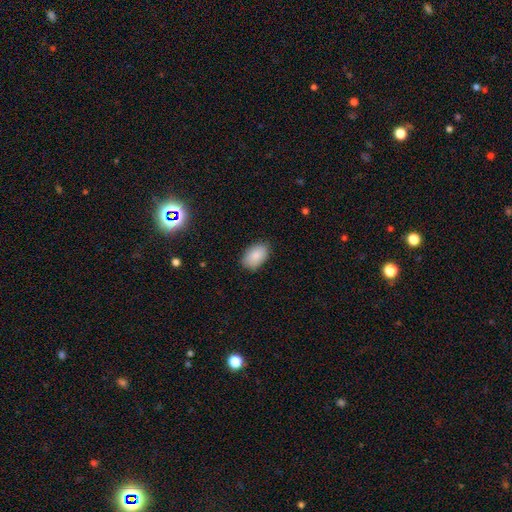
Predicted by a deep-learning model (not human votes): Overall: smooth (88%). How rounded: in between (91%). Merging: none (85%).